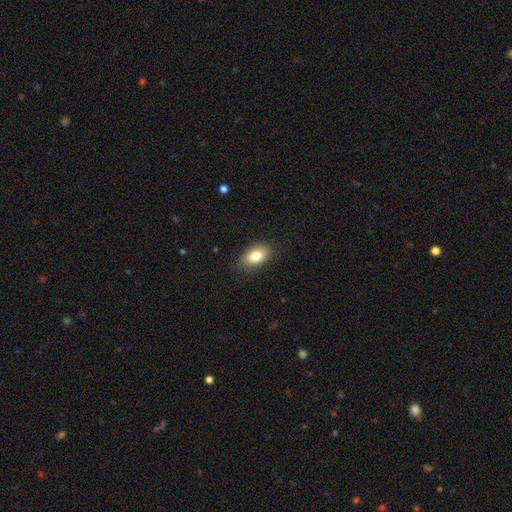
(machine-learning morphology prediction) Q: Smooth or featured?
A: smooth (84%); runner-up: featured or disk (9%)
Q: How rounded?
A: in between (90%); runner-up: round (8%)
Q: Merging?
A: none (84%); runner-up: minor disturbance (12%)